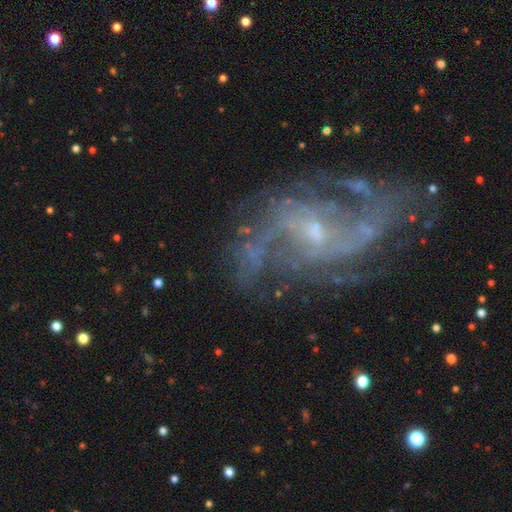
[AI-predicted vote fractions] This appears to be a featured or disk galaxy (86%) with no bar (45%), 2 (47%) loose (41%, tied with medium) spiral arms (90%) and a small central bulge (68%). Merging: none (59%).